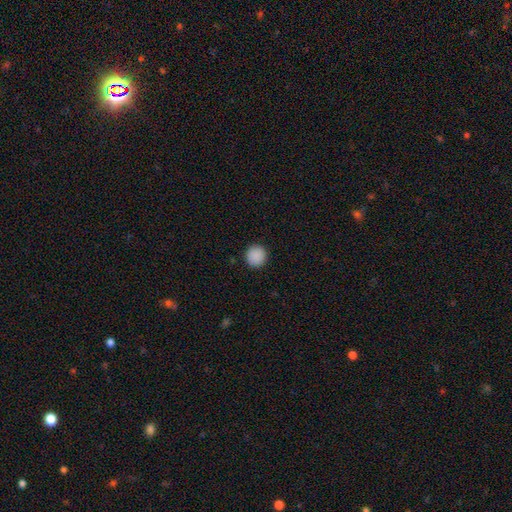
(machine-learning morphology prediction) smooth_or_featured: smooth (p=0.90) [alt: star or artifact p=0.08]
how_rounded: round (p=0.94) [alt: in between p=0.05]
merging: none (p=0.92) [alt: minor disturbance p=0.05]